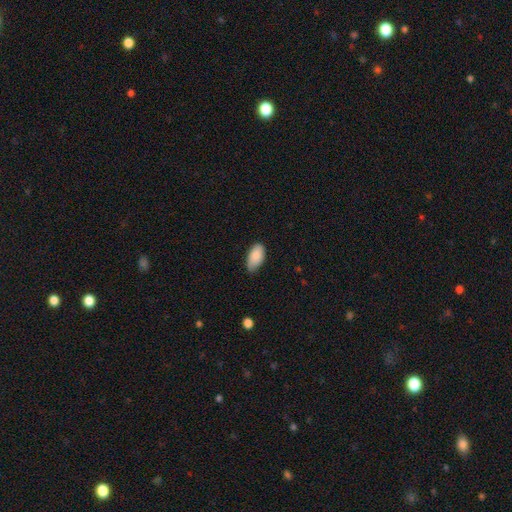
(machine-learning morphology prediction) Smooth or featured? smooth (87%)
How rounded? in between (94%)
Merging? none (70%)